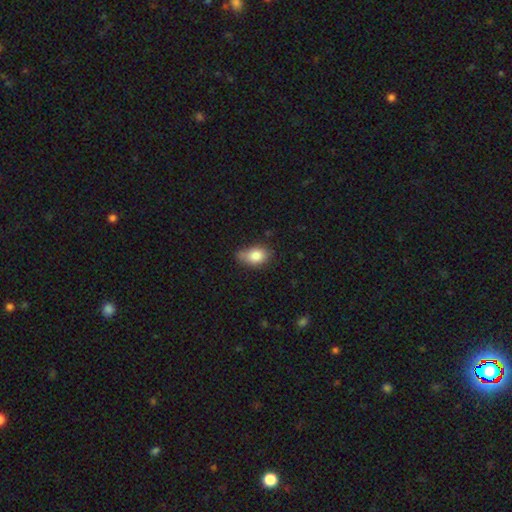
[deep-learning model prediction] Smooth or featured? Predicted: smooth (p=0.82). How rounded? Predicted: in between (p=0.80). Merging? Predicted: none (p=0.48).